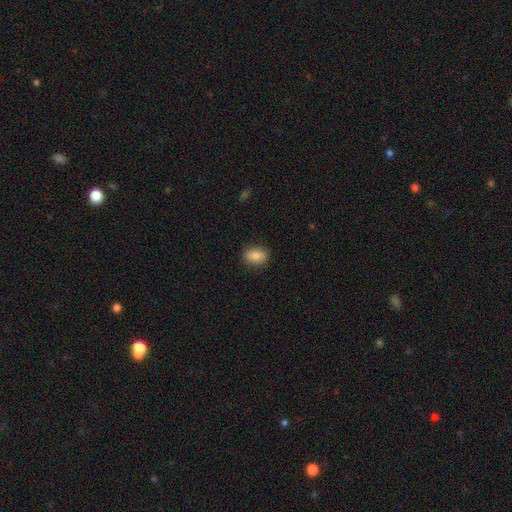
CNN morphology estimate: A smooth galaxy with no disk features (85%) that is in between round and cigar-shaped (77%).

Vote fractions:
- Smooth or featured? smooth: 85% / star or artifact: 8% / featured or disk: 7%
- How rounded? in between: 77% / round: 20% / cigar-shaped: 2%
- Merging? none: 86% / minor disturbance: 11% / major disturbance: 3% / merger: 1%